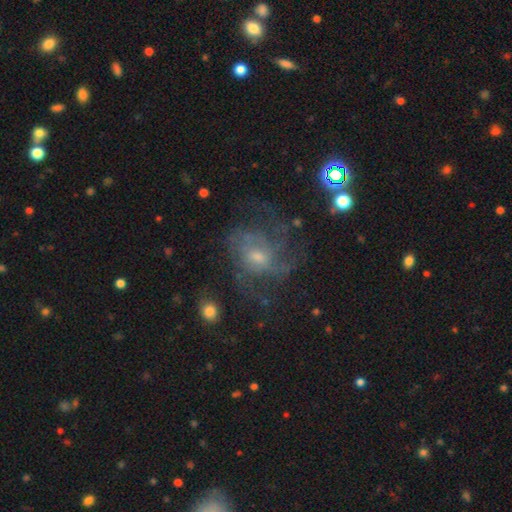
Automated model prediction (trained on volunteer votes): This is likely a featured or disk galaxy (72%). It is clearly not viewed edge-on (97%). Bar: likely no (65%). Spiral arm pattern: clearly yes (82%). Spiral arm count: marginally can't tell (43%). Spiral winding: marginally medium (45%). Central bulge: possibly small (51%). Merging: possibly none (55%).